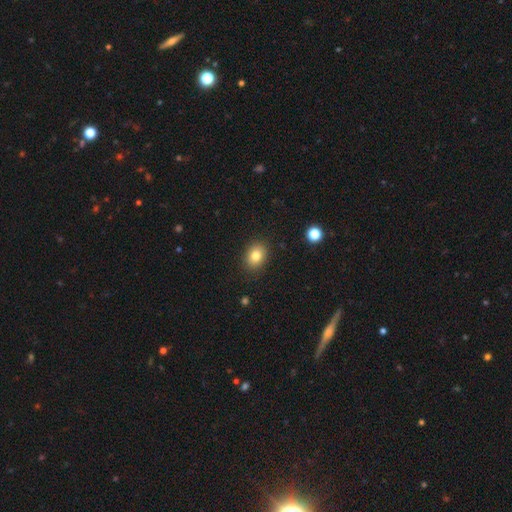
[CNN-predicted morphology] This is clearly a smooth galaxy (82%). How rounded: possibly in between (55%). Merging: clearly none (88%).